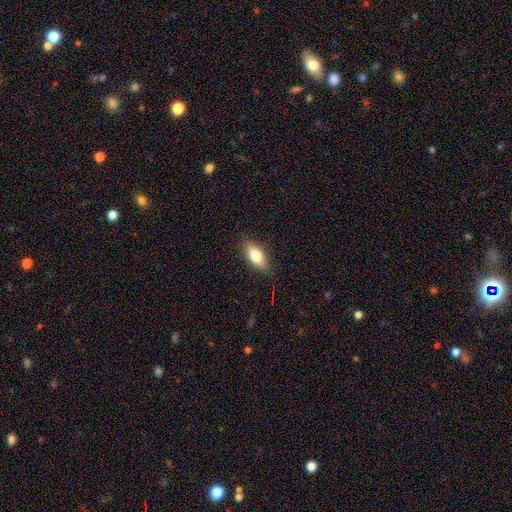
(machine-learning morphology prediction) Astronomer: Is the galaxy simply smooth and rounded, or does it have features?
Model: smooth — 75%.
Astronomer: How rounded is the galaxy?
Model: in between — 83%.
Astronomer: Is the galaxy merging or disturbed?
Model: none — 85%.